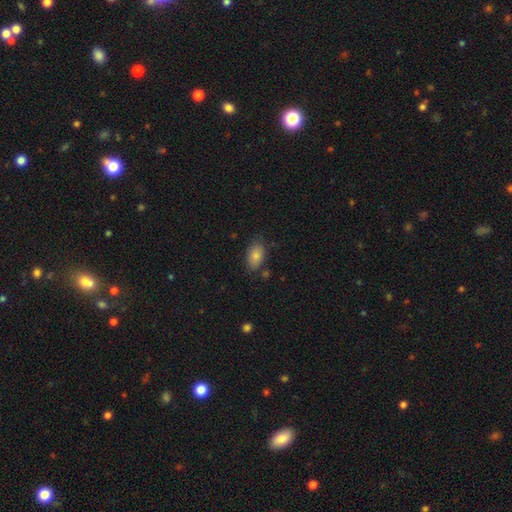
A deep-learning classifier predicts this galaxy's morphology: Overall: smooth (83%). How rounded: in between (91%). Merging: none (76%).